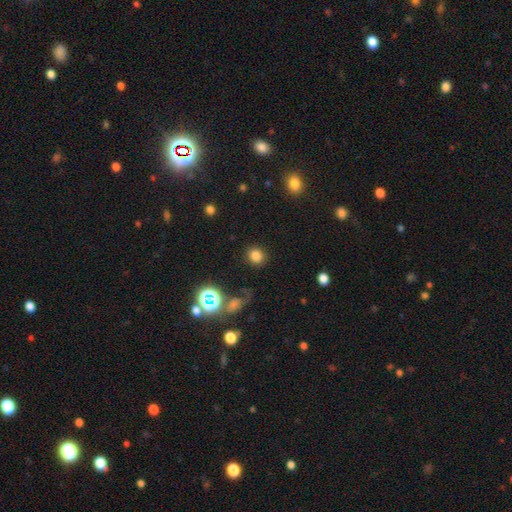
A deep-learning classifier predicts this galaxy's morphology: Smooth or featured: smooth — 77% (star or artifact — 17%)
How rounded: round — 79% (in between — 20%)
Merging: none — 85% (minor disturbance — 8%)